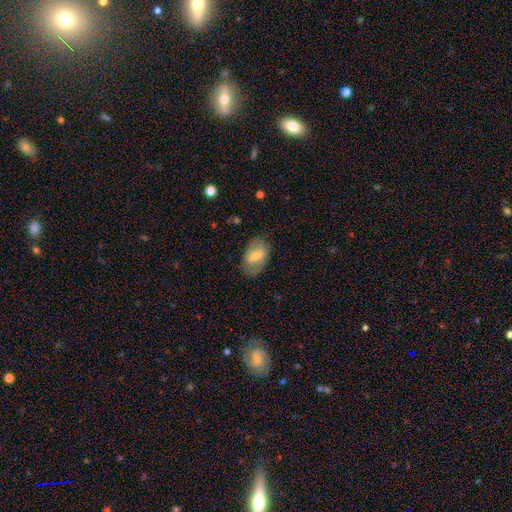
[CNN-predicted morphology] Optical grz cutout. It shows a smooth galaxy with no disk features (57%) that is in between round and cigar-shaped (87%). Merging: none (73%).